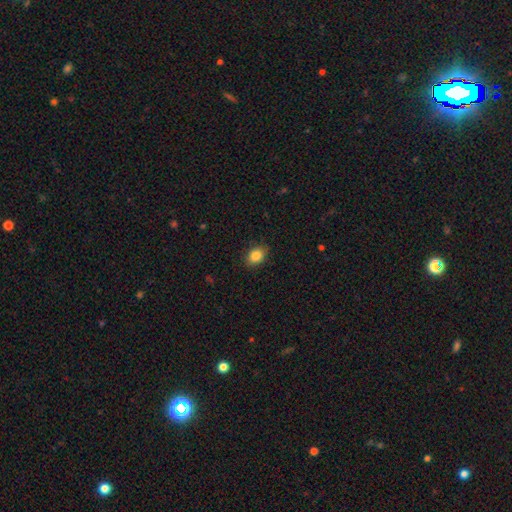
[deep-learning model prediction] Smooth or featured: smooth — 85% (star or artifact — 9%)
How rounded: in between — 69% (round — 30%)
Merging: none — 86% (minor disturbance — 11%)